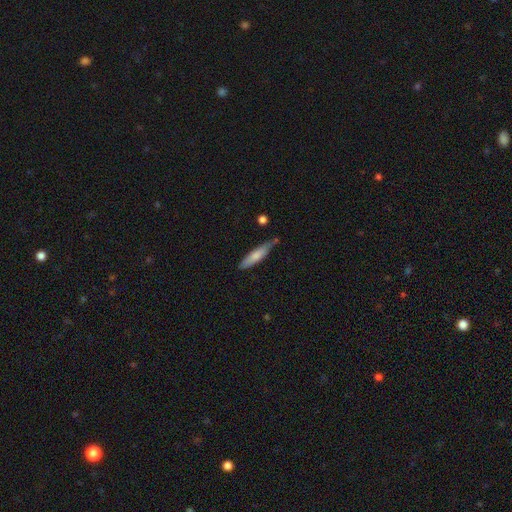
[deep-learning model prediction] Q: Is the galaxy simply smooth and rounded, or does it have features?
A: smooth — 70%.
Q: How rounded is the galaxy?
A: cigar-shaped — 81%.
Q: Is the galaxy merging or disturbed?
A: none — 63%.